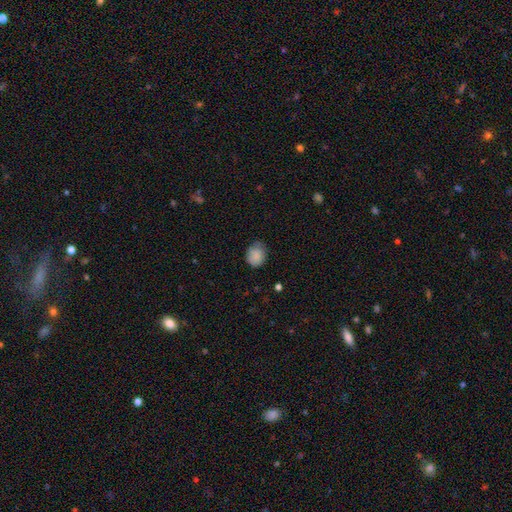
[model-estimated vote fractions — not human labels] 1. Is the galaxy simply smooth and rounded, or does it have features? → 85% smooth, 8% star or artifact, 7% featured or disk.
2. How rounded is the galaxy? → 57% round, 42% in between, 1% cigar-shaped.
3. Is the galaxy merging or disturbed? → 65% none, 28% minor disturbance, 5% major disturbance, 1% merger.